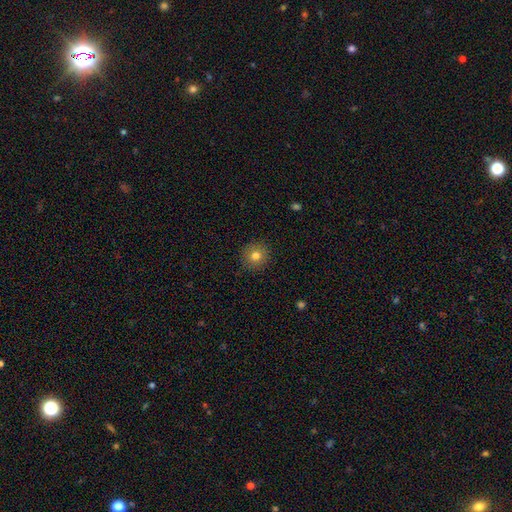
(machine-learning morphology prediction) smooth_or_featured: smooth (p=0.79) [alt: star or artifact p=0.11]
how_rounded: round (p=0.91) [alt: in between p=0.08]
merging: none (p=0.90) [alt: minor disturbance p=0.07]